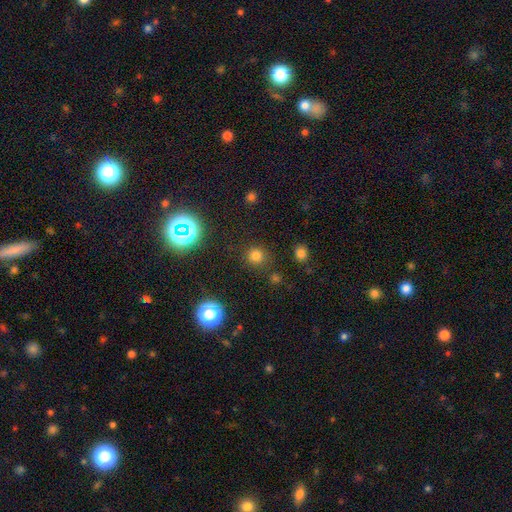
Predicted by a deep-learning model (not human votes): Smooth or featured: smooth — 74% (star or artifact — 21%)
How rounded: round — 90% (in between — 9%)
Merging: none — 86% (minor disturbance — 8%)